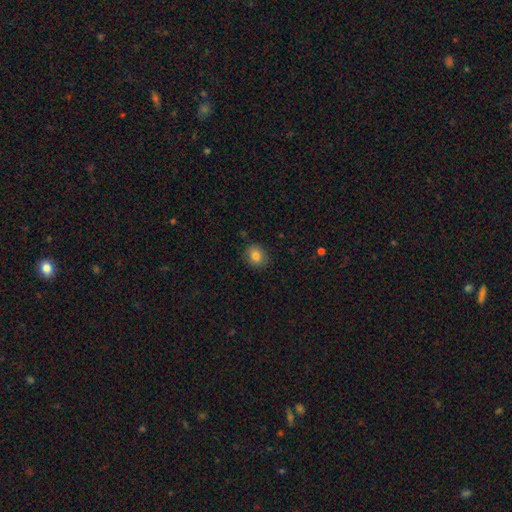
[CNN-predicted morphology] Smooth or featured? smooth (83%)
How rounded? round (61%)
Merging? none (86%)